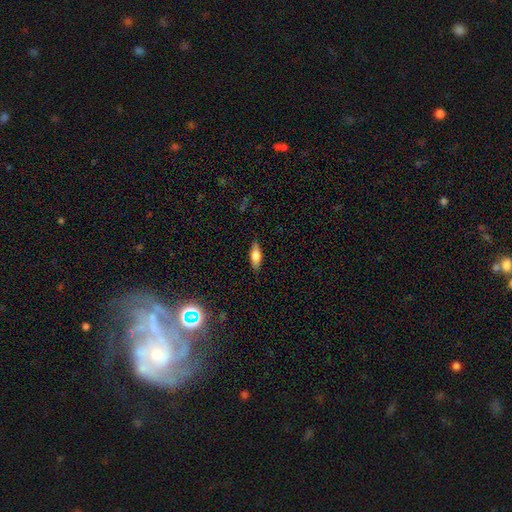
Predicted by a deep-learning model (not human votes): Overall: smooth (72%). How rounded: in between (69%). Merging: none (84%).